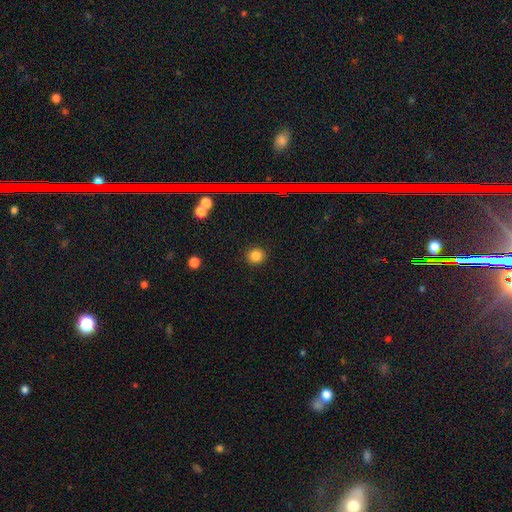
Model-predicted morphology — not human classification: Smooth or featured?
  - smooth: 82% *
  - star or artifact: 13%
  - featured or disk: 5%
How rounded?
  - round: 92% *
  - in between: 7%
  - cigar-shaped: 1%
Merging?
  - none: 91% *
  - minor disturbance: 6%
  - major disturbance: 2%
  - merger: 1%